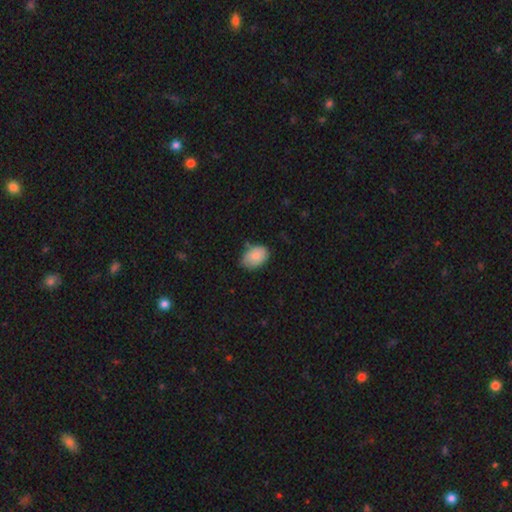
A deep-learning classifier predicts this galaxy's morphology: smooth_or_featured: smooth (p=0.84) [alt: featured or disk p=0.09]
how_rounded: in between (p=0.86) [alt: round p=0.13]
merging: none (p=0.65) [alt: minor disturbance p=0.28]